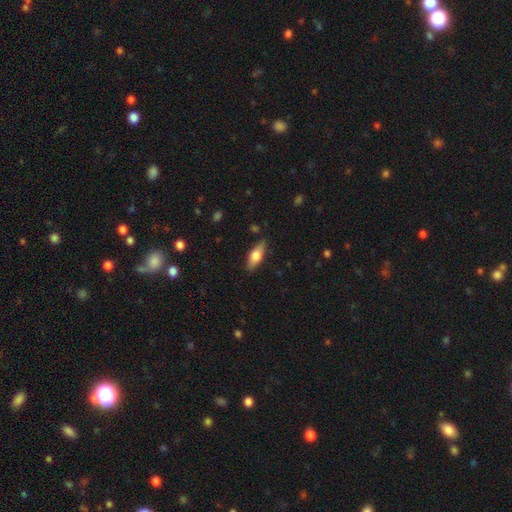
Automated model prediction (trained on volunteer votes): smooth_or_featured: smooth (p=0.63) [alt: featured or disk p=0.31]
how_rounded: in between (p=0.68) [alt: cigar-shaped p=0.29]
merging: none (p=0.83) [alt: minor disturbance p=0.13]